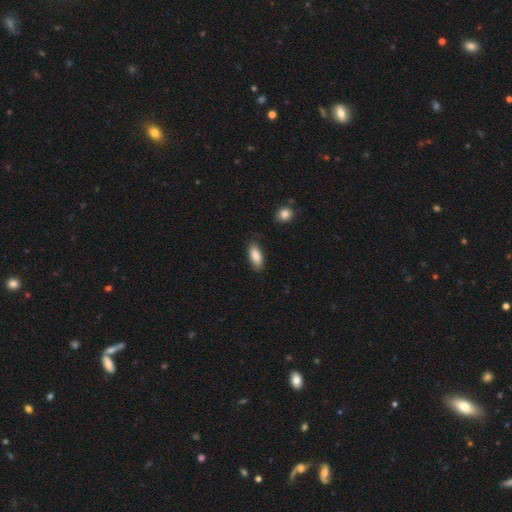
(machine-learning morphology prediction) Overall: smooth (85%). How rounded: in between (84%). Merging: none (82%).